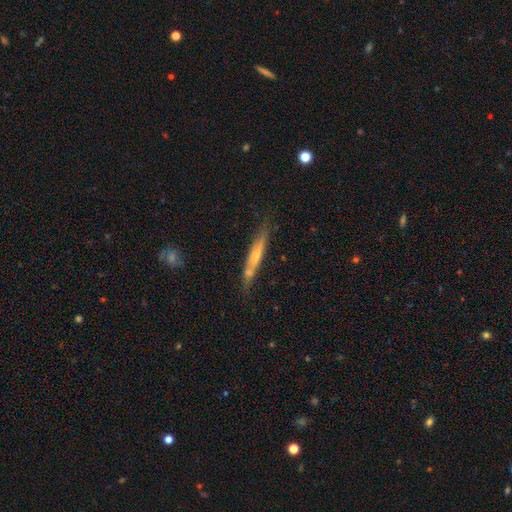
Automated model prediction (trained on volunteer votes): Morphology: type=smooth (51%); roundness=cigar-shaped (91%); merging=none (68%).